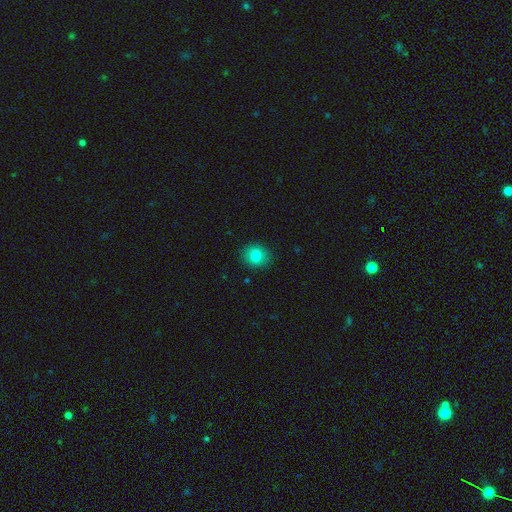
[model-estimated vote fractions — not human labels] smooth-or-featured: smooth: 82% | star or artifact: 10% | featured or disk: 8%
  how-rounded: round: 74% | in between: 25% | cigar-shaped: 1%
  merging: none: 90% | minor disturbance: 7% | major disturbance: 2% | merger: 1%